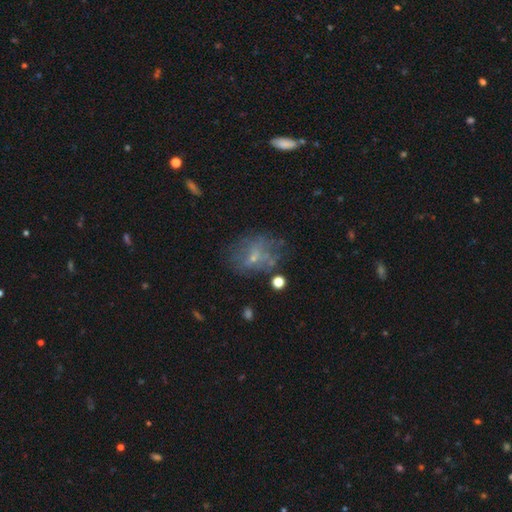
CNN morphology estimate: smooth-or-featured: featured or disk: 44% | smooth: 40% | star or artifact: 16%
  merging: none: 49% | major disturbance: 23% | minor disturbance: 23% | merger: 6%